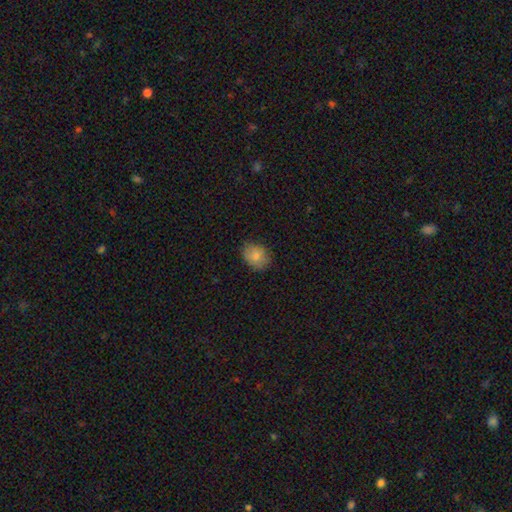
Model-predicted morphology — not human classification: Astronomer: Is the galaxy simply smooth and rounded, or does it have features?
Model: smooth — 83%.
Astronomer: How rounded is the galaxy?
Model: in between — 58% (runner-up: round, 41%).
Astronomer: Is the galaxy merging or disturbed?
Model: none — 81%.